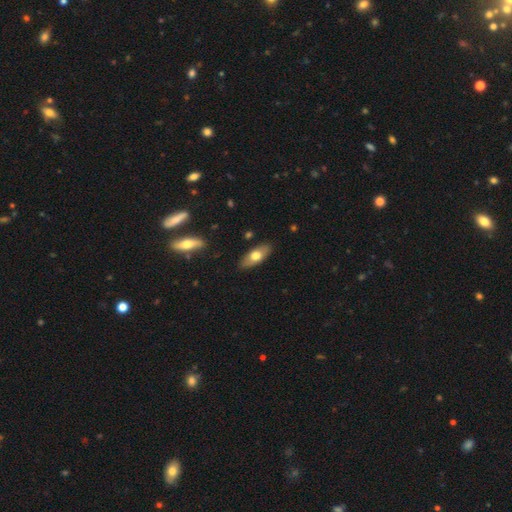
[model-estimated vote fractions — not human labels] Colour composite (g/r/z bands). It shows a smooth galaxy with no disk features (64%) that is in between round and cigar-shaped (79%). Merging: none (86%).